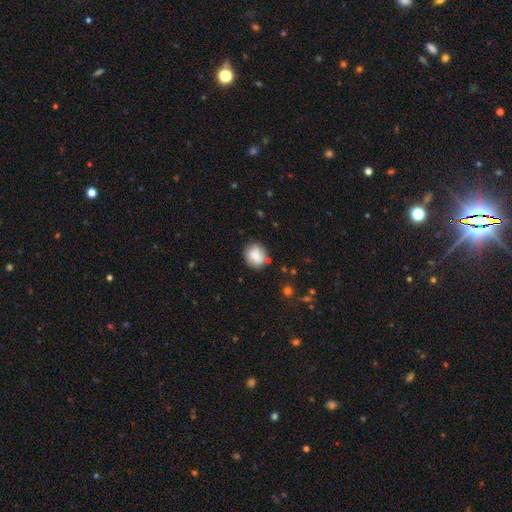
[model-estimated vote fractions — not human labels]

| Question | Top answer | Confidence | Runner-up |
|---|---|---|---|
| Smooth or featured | smooth | 77% | featured or disk (15%) |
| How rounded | round | 74% | in between (25%) |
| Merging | none | 75% | minor disturbance (17%) |